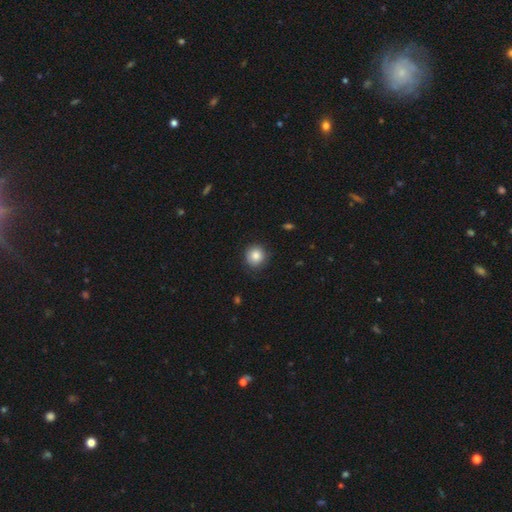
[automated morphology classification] Smooth or featured: smooth — 85% (star or artifact — 9%)
How rounded: round — 92% (in between — 8%)
Merging: none — 85% (minor disturbance — 12%)